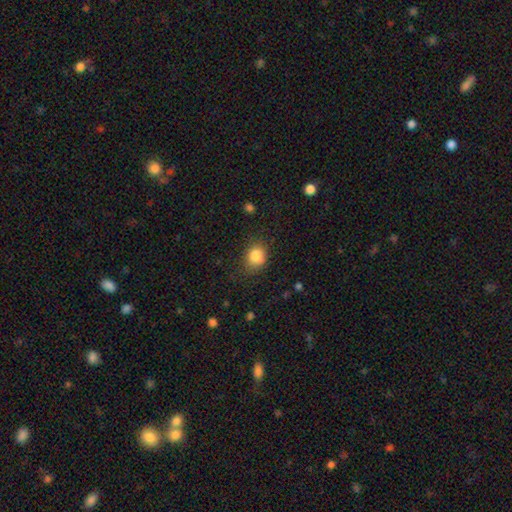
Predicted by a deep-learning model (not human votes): This is clearly a smooth galaxy (84%). How rounded: likely round (62%). Merging: likely none (69%).